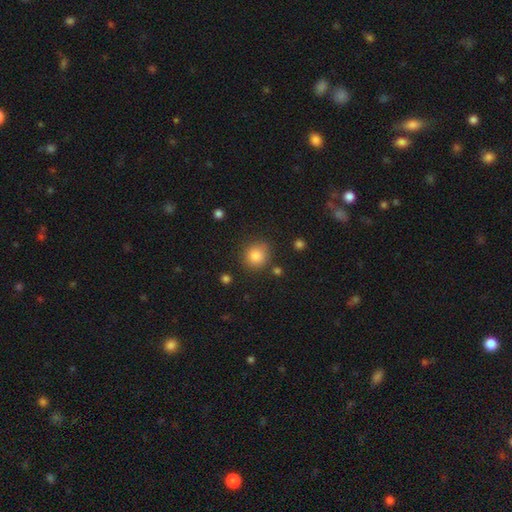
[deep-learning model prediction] Smooth or featured? smooth (84%)
How rounded? round (84%)
Merging? none (82%)